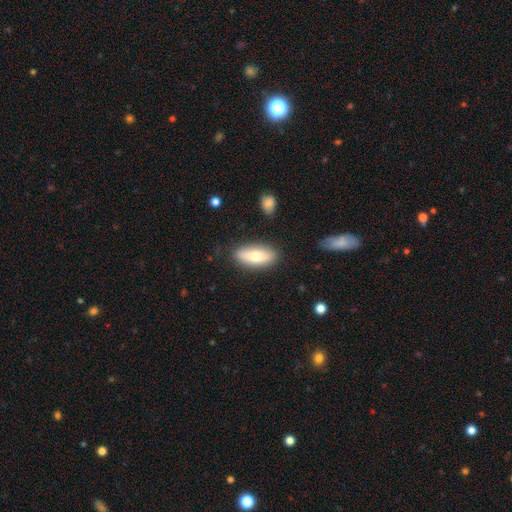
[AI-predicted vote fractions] The model was most divided on "smooth or featured": smooth: 67%, featured or disk: 26%, star or artifact: 6%. More confident: merging — none (84%); how rounded — in between (77%).